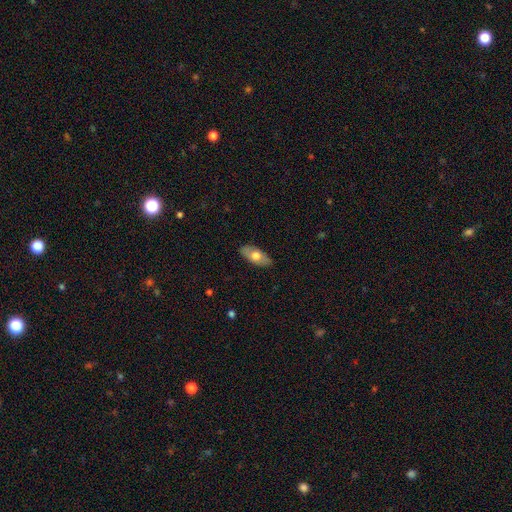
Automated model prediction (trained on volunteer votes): smooth-or-featured: smooth: 63% | featured or disk: 31% | star or artifact: 6%
  how-rounded: in between: 87% | cigar-shaped: 10% | round: 3%
  merging: none: 86% | minor disturbance: 11% | major disturbance: 2% | merger: 1%